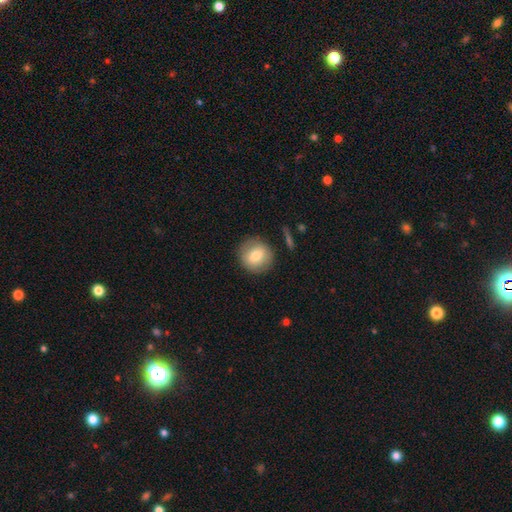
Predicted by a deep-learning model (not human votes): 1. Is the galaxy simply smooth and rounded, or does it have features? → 76% smooth, 16% featured or disk, 8% star or artifact.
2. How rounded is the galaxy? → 91% round, 8% in between, 1% cigar-shaped.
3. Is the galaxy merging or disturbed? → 86% none, 10% minor disturbance, 3% major disturbance, 2% merger.